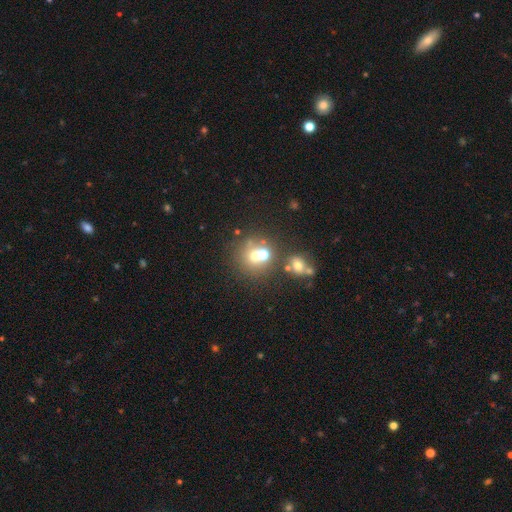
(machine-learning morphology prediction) Smooth or featured? smooth (61%)
How rounded? round (85%)
Merging? none (51%)